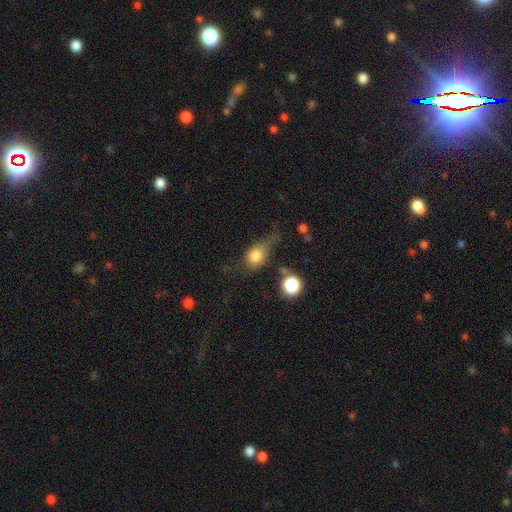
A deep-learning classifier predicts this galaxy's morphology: Smooth or featured? smooth (75%)
How rounded? in between (51%)
Merging? none (34%)